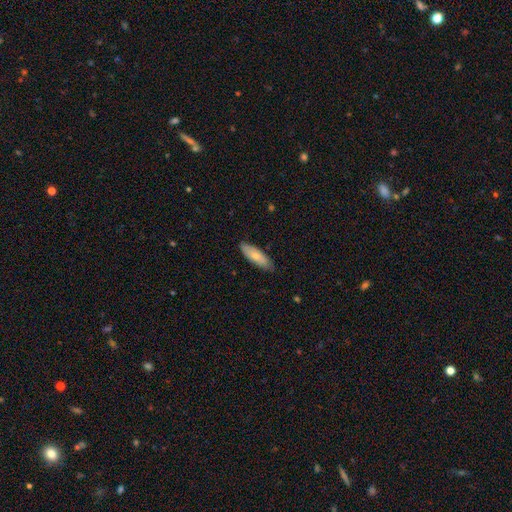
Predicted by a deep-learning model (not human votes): The model was most divided on "how rounded": in between: 57%, cigar-shaped: 41%, round: 2%. More confident: merging — none (82%); smooth or featured — smooth (71%).